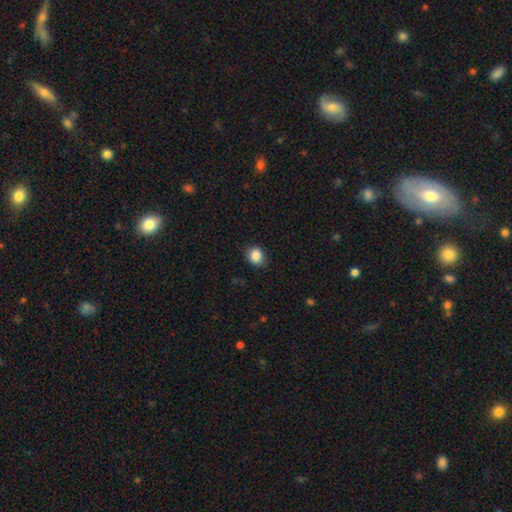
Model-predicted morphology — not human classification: This is clearly a smooth galaxy (86%). How rounded: possibly round (54%). Merging: clearly none (82%).